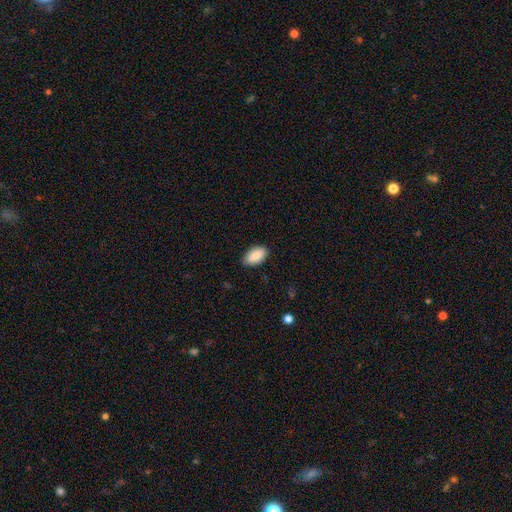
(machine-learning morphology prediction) A smooth galaxy with no disk features (88%) that is in between round and cigar-shaped (94%). Merging: none (84%).